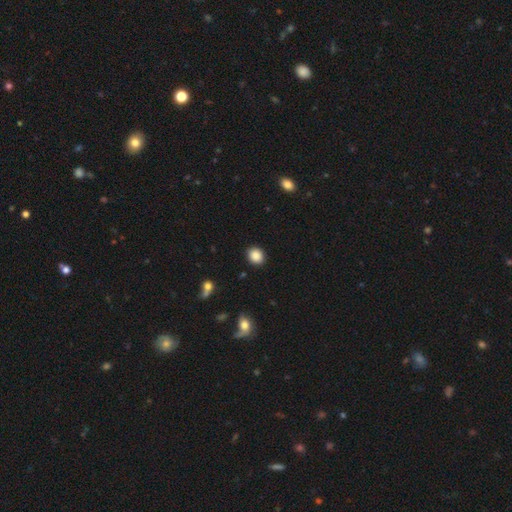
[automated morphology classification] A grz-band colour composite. It shows a smooth galaxy with no disk features (87%) that is round (66%). Merging: none (90%).